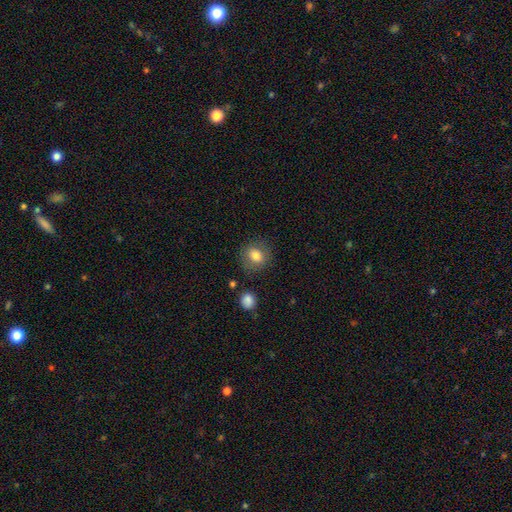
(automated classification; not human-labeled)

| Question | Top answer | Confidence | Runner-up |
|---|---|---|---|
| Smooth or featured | smooth | 80% | featured or disk (11%) |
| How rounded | round | 69% | in between (30%) |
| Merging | none | 80% | minor disturbance (13%) |